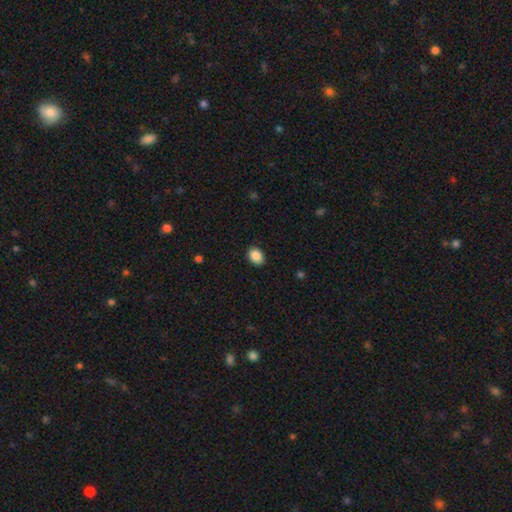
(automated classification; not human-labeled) This is clearly a smooth galaxy (89%). How rounded: likely in between (70%). Merging: clearly none (88%).